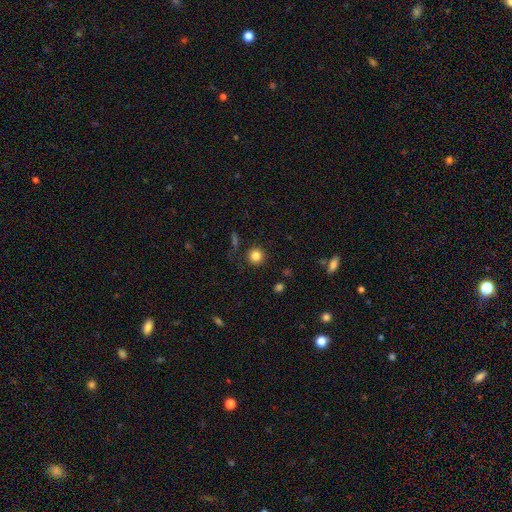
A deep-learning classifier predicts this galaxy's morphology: Smooth or featured? smooth (83%)
How rounded? round (94%)
Merging? none (87%)